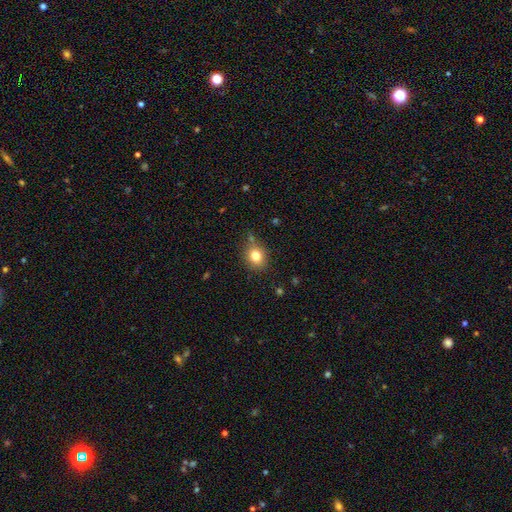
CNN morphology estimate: A smooth galaxy with no disk features (79%) that is round (66%). Merging: none (78%).